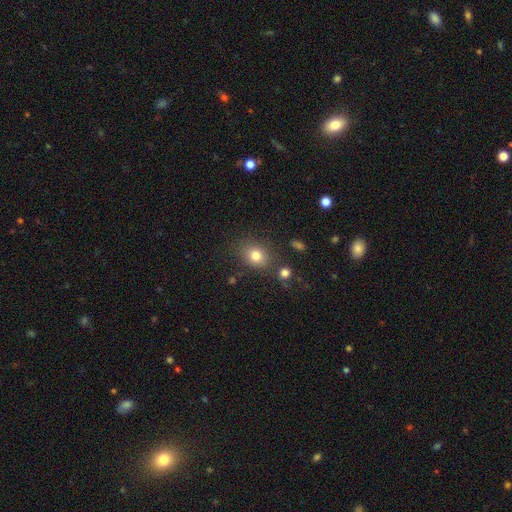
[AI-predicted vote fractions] This appears to be a smooth galaxy with no disk features (79%) that is round (58%). Merging: none (79%).